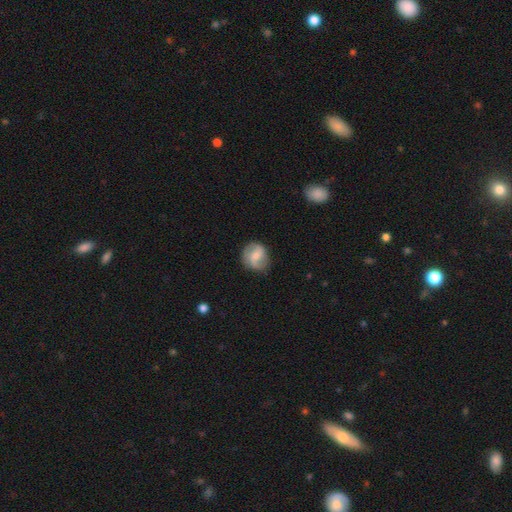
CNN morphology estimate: type=featured or disk (54%); edge-on=no (97%); bar=weak (49%); spiral arms=yes (87%); bulge=small (43%); merging=none (75%).